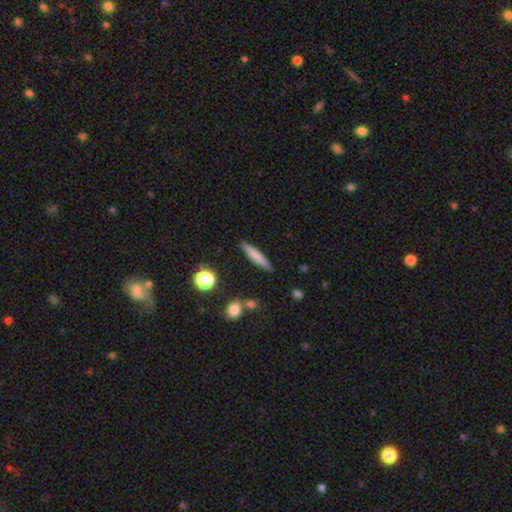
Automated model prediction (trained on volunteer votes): smooth 73%, featured or disk 19%, star or artifact 7%. Down the decision tree: how rounded — cigar-shaped (91%); merging — none (88%).